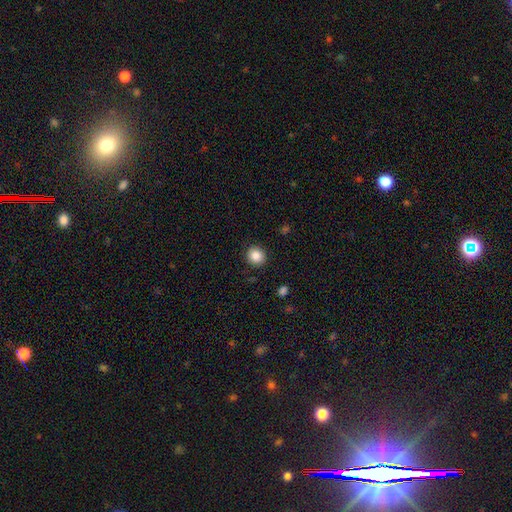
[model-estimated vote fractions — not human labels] Morphology: type=smooth (85%); roundness=round (85%); merging=none (90%).